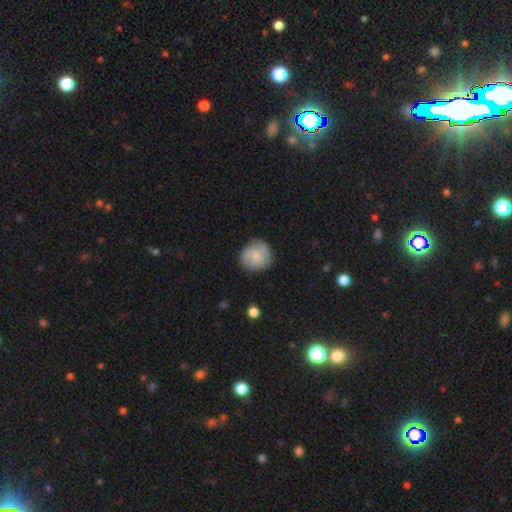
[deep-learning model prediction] Smooth or featured? Predicted: smooth (p=0.61). How rounded? Predicted: round (p=0.88). Merging? Predicted: none (p=0.74).